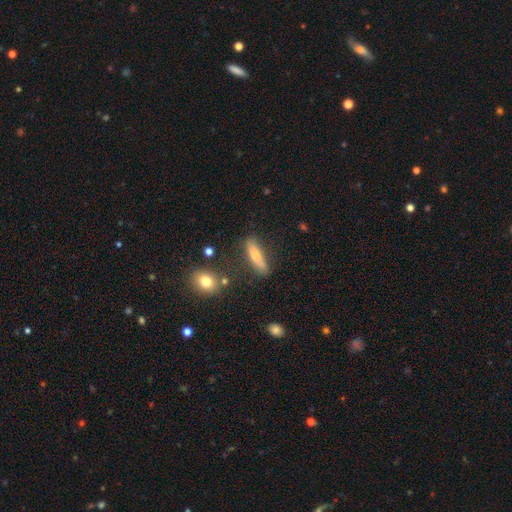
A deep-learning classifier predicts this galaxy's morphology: This appears to be a smooth galaxy with no disk features (76%) that is cigar-shaped (67%). Merging: none (75%).